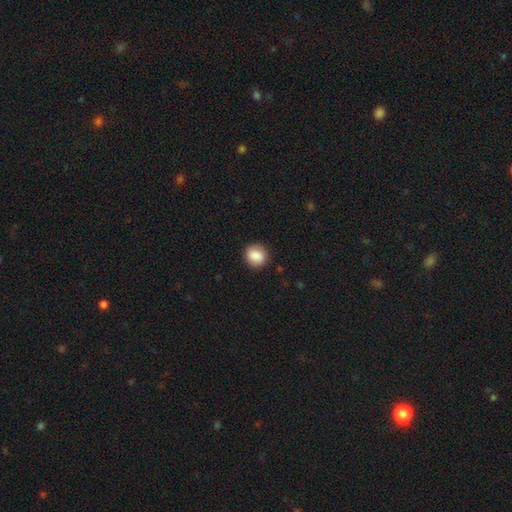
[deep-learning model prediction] Q: Smooth or featured?
A: smooth (87%); runner-up: star or artifact (8%)
Q: How rounded?
A: round (85%); runner-up: in between (14%)
Q: Merging?
A: none (88%); runner-up: minor disturbance (9%)